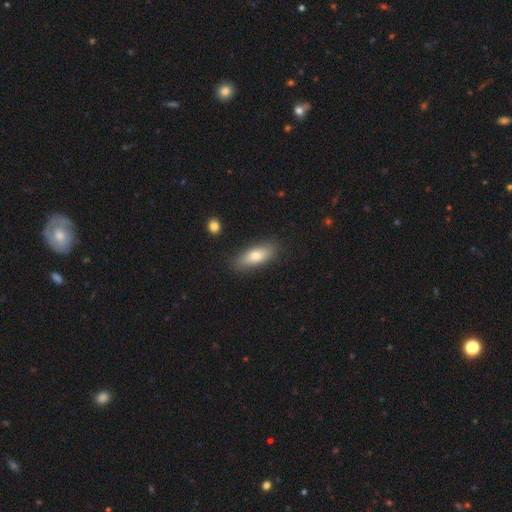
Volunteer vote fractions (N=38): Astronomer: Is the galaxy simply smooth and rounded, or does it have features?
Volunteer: smooth — 71%.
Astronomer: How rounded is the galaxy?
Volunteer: in between — 70%.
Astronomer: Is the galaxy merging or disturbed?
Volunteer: none — 86%.